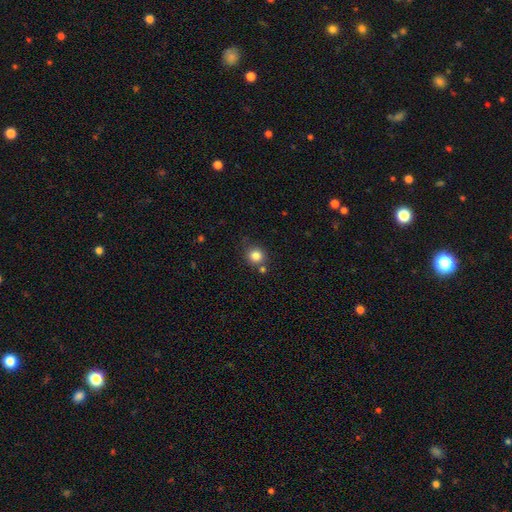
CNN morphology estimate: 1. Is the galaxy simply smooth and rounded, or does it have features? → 82% smooth, 11% star or artifact, 6% featured or disk.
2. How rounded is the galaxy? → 89% round, 10% in between, 1% cigar-shaped.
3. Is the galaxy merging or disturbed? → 75% none, 12% merger, 11% minor disturbance, 3% major disturbance.